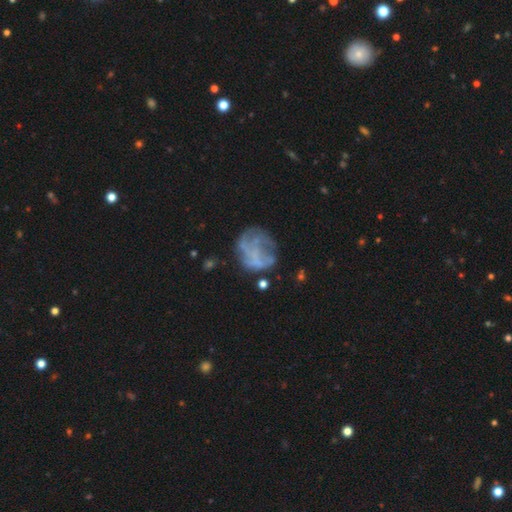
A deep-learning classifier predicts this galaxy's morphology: smooth-or-featured: featured or disk: 54% | smooth: 32% | star or artifact: 14%
  disk-edge-on: no: 98% | yes: 2%
    bar: no: 85% | weak: 11% | strong: 4%
    has-spiral-arms: no: 69% | yes: 31%
    bulge-size: none: 81% | small: 9% | moderate: 6% | large: 2% | dominant: 1%
  merging: none: 52% | major disturbance: 24% | minor disturbance: 21% | merger: 4%